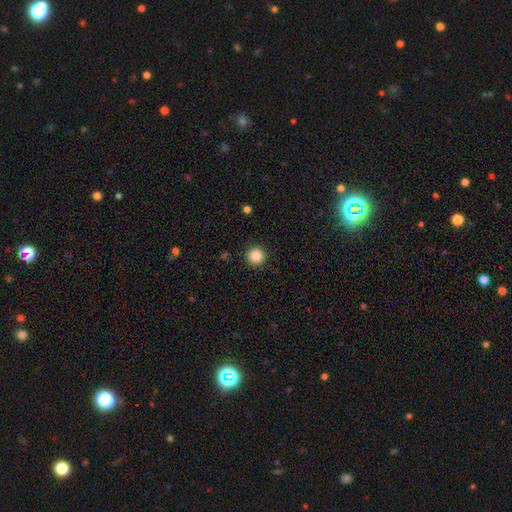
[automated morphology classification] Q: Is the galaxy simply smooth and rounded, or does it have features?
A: smooth — 85%.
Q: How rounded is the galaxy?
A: round — 95%.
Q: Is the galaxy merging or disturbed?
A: none — 92%.